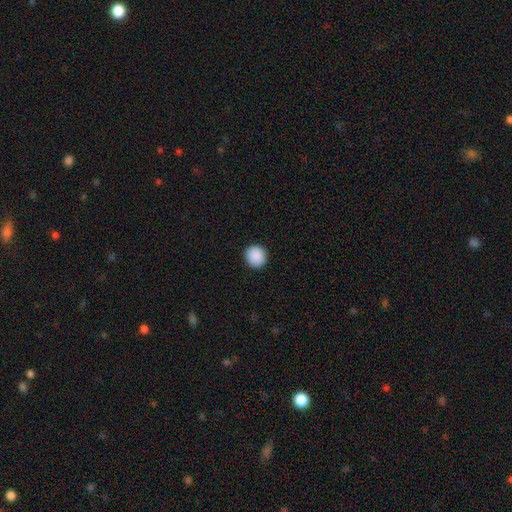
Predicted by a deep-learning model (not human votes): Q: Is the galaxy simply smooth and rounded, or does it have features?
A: smooth — 90%.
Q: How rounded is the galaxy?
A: round — 91%.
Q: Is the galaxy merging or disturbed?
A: none — 92%.